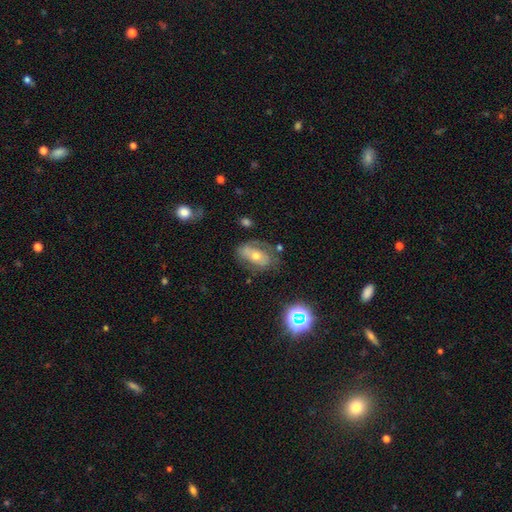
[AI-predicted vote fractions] A featured or disk galaxy (50%). Merging: none (59%).